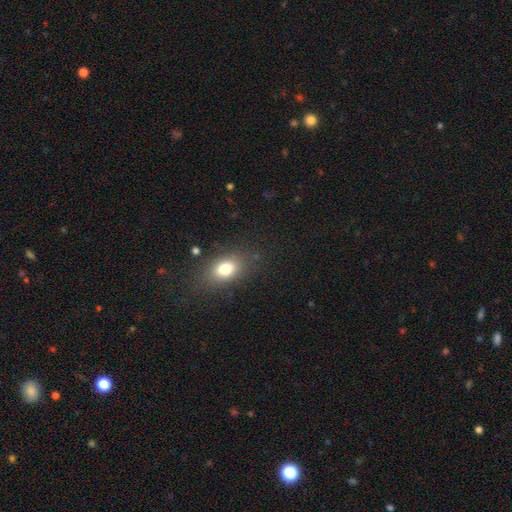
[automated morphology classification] Smooth or featured: smooth — 71% (star or artifact — 18%)
How rounded: in between — 71% (round — 25%)
Merging: none — 86% (minor disturbance — 10%)